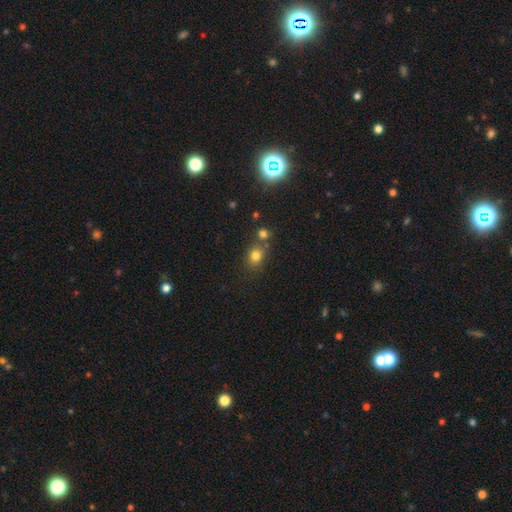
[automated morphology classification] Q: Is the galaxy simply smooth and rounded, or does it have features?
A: smooth — 77%.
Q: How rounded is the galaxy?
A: round — 65%.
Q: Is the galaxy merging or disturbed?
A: none — 62%.